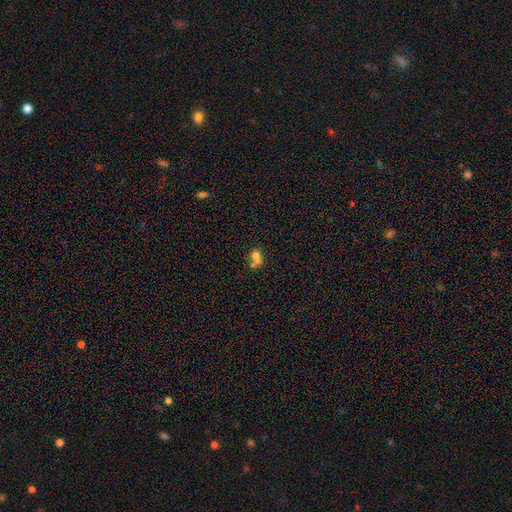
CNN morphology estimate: smooth-or-featured: smooth: 67% | featured or disk: 18% | star or artifact: 15%
  how-rounded: round: 65% | in between: 34% | cigar-shaped: 1%
  merging: merger: 57% | none: 30% | minor disturbance: 8% | major disturbance: 5%